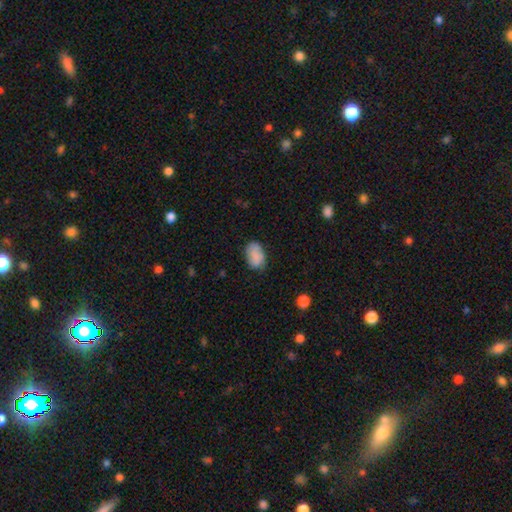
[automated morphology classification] The model was most divided on "merging": none: 70%, minor disturbance: 24%, major disturbance: 5%, merger: 1%. More confident: how rounded — in between (89%); smooth or featured — smooth (85%).